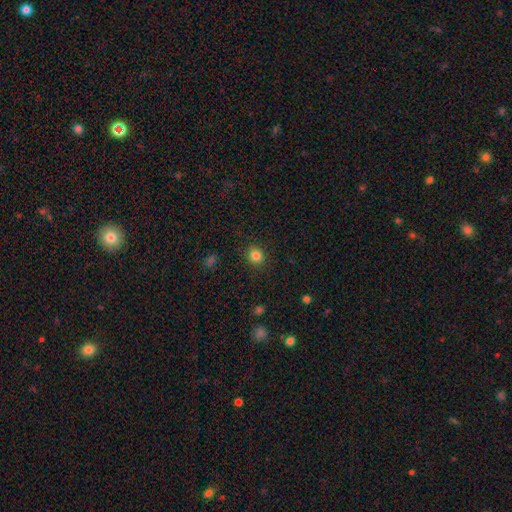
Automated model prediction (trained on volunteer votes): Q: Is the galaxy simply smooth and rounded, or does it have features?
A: smooth — 83%.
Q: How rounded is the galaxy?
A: round — 85%.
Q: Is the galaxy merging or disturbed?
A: none — 90%.